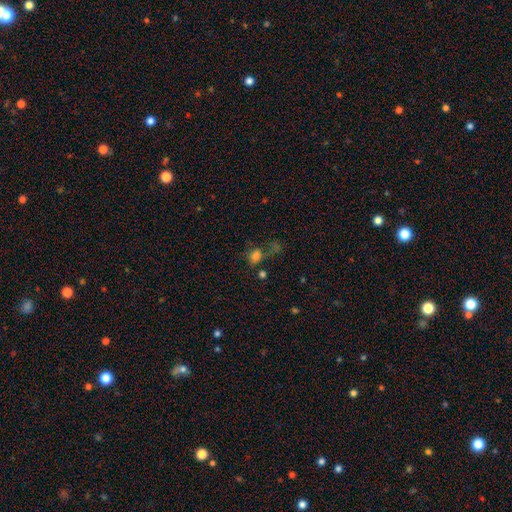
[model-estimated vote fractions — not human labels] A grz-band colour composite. It shows a smooth galaxy with no disk features (70%) that is in between round and cigar-shaped (62%). Merging: none (39%).